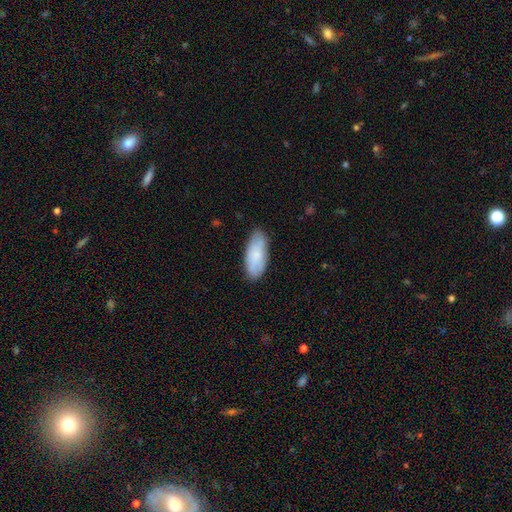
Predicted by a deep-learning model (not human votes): Smooth or featured: smooth — 78% (featured or disk — 16%)
How rounded: in between — 83% (cigar-shaped — 15%)
Merging: none — 80% (minor disturbance — 16%)